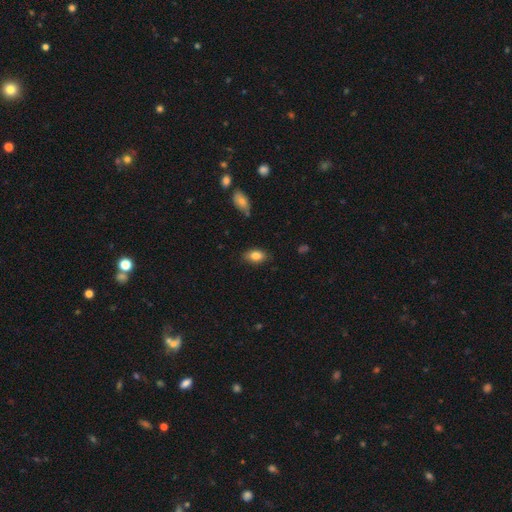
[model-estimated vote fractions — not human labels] Smooth or featured: smooth — 84% (featured or disk — 8%)
How rounded: in between — 89% (round — 8%)
Merging: none — 82% (minor disturbance — 13%)